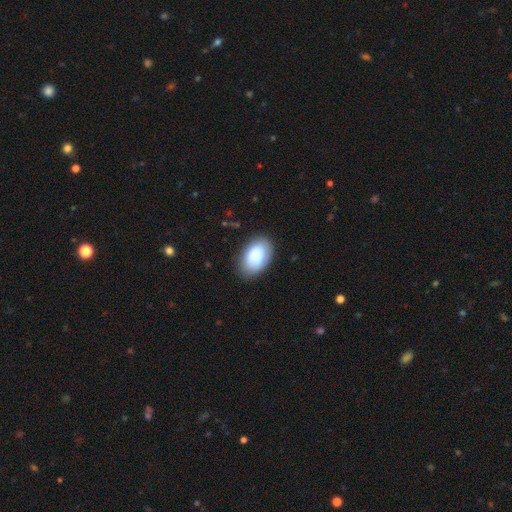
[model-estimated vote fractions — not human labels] Q: Smooth or featured?
A: smooth (86%); runner-up: featured or disk (8%)
Q: How rounded?
A: in between (92%); runner-up: round (7%)
Q: Merging?
A: none (83%); runner-up: minor disturbance (13%)